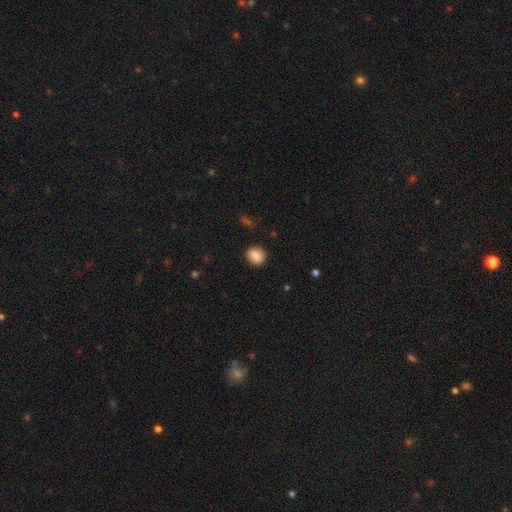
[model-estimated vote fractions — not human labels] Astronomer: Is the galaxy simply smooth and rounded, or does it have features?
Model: smooth — 82%.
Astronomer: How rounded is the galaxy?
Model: round — 60% (runner-up: in between, 39%).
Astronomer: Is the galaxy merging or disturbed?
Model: none — 87%.